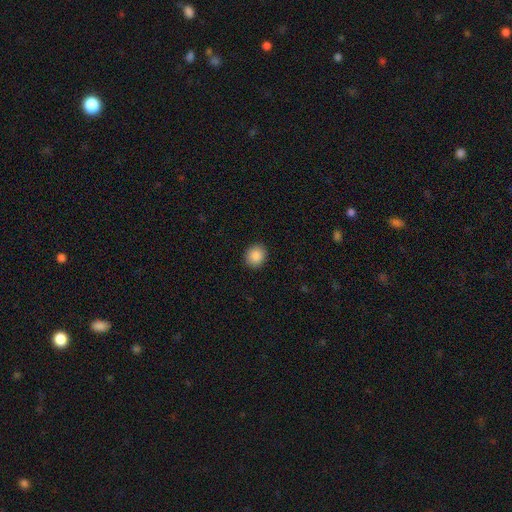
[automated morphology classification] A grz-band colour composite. It shows a smooth galaxy with no disk features (89%) that is round (78%). Merging: none (91%).